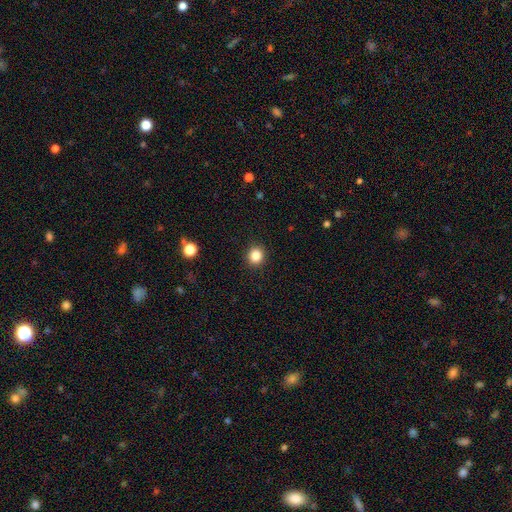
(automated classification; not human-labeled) Overall: smooth (85%). How rounded: round (87%). Merging: none (92%).